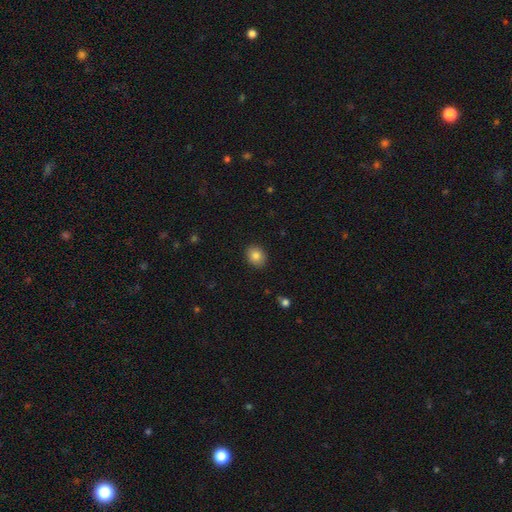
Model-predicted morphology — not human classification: Smooth or featured? Predicted: smooth (p=0.85). How rounded? Predicted: round (p=0.58). Merging? Predicted: none (p=0.90).